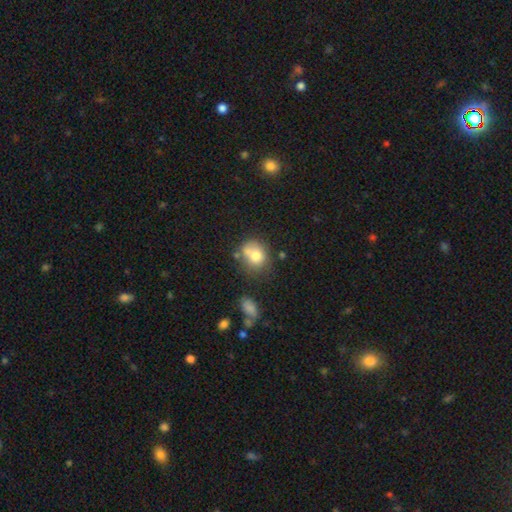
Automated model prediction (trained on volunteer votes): A smooth galaxy with no disk features (72%) that is round (64%).

Vote fractions:
- Smooth or featured? smooth: 72% / featured or disk: 18% / star or artifact: 10%
- How rounded? round: 64% / in between: 35% / cigar-shaped: 1%
- Merging? none: 44% / merger: 24% / minor disturbance: 22% / major disturbance: 10%